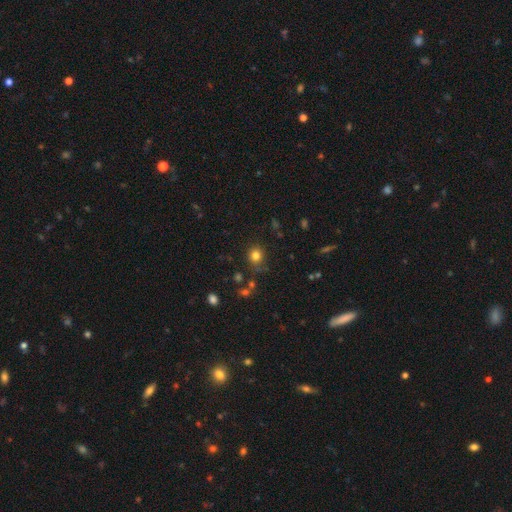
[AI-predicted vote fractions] Smooth or featured? smooth (80%)
How rounded? round (86%)
Merging? none (80%)